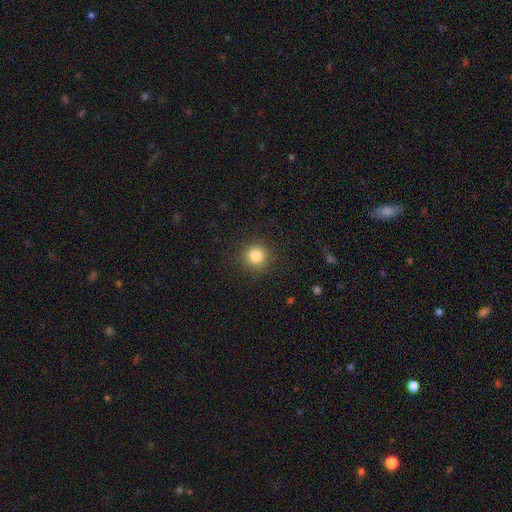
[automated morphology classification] type=smooth (83%); roundness=round (94%); merging=none (90%).